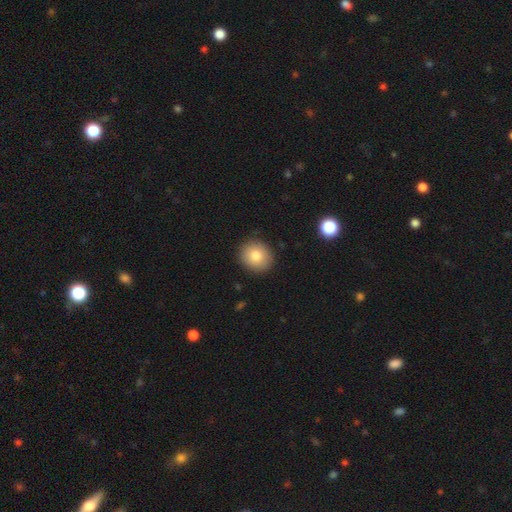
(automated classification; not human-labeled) A smooth galaxy with no disk features (81%) that is round (81%). Merging: none (89%).